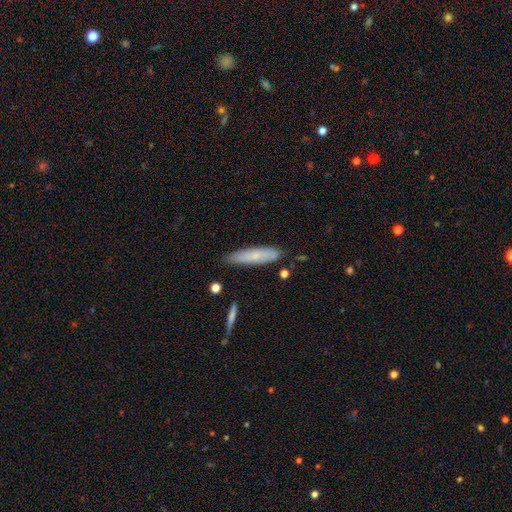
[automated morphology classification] This appears to be a smooth galaxy with no disk features (67%) that is cigar-shaped (75%). Merging: none (76%).